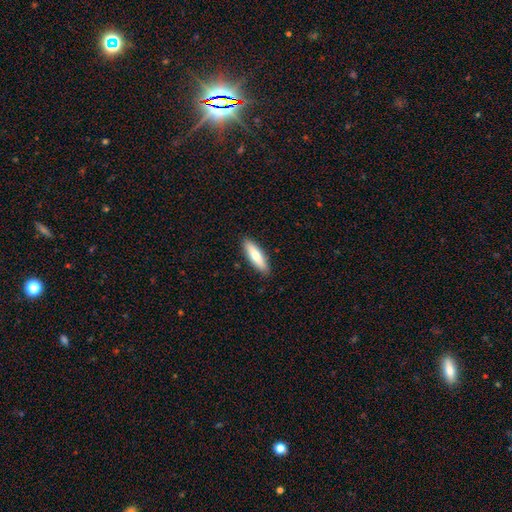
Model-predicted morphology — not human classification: smooth_or_featured: smooth (p=0.74) [alt: featured or disk p=0.21]
how_rounded: cigar-shaped (p=0.60) [alt: in between p=0.39]
merging: none (p=0.89) [alt: minor disturbance p=0.09]